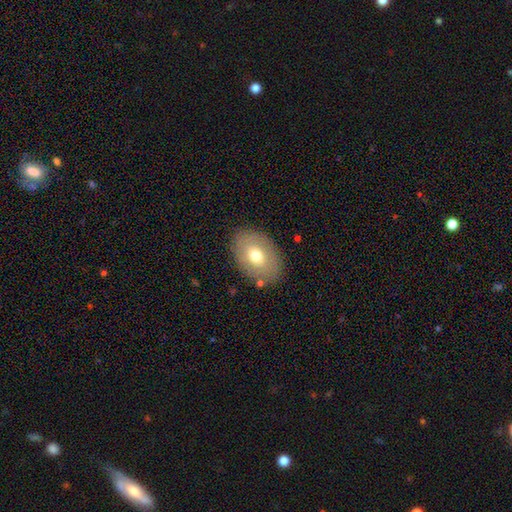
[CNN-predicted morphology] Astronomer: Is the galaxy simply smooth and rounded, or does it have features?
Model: smooth — 65%.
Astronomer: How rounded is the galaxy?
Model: in between — 81%.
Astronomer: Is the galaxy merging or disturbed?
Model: none — 84%.